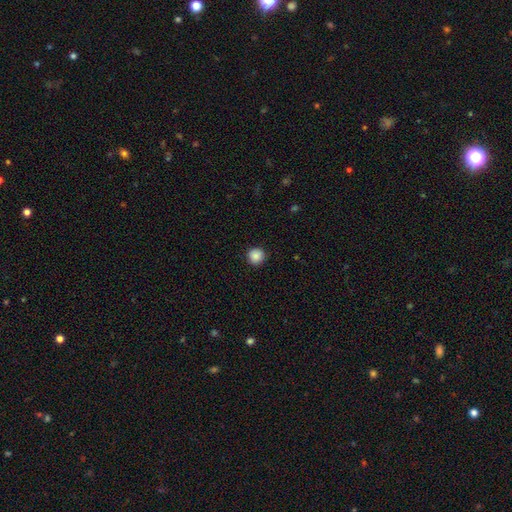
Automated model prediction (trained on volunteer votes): Q: Smooth or featured?
A: smooth (88%); runner-up: star or artifact (9%)
Q: How rounded?
A: round (95%); runner-up: in between (4%)
Q: Merging?
A: none (92%); runner-up: minor disturbance (6%)